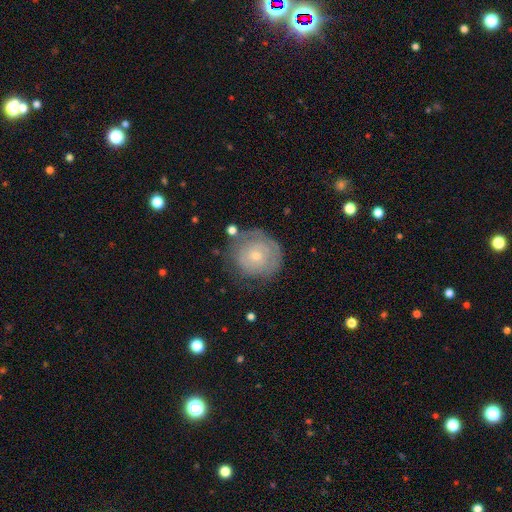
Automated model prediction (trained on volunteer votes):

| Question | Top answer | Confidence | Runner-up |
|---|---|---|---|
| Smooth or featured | featured or disk | 55% | smooth (38%) |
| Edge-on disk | no | 97% | yes (3%) |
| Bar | no | 81% | weak (17%) |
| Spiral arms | yes | 69% | no (31%) |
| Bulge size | small | 63% | moderate (33%) |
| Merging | none | 67% | minor disturbance (21%) |